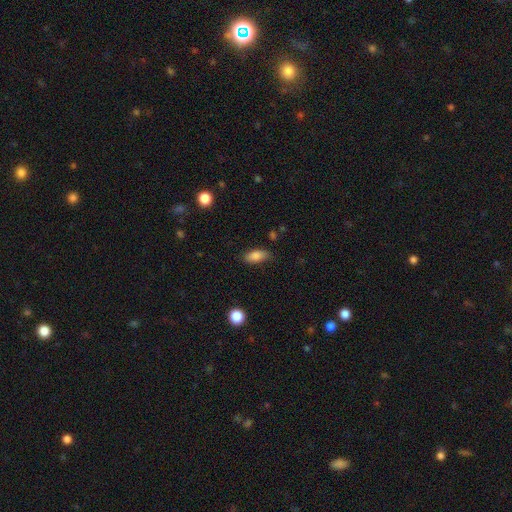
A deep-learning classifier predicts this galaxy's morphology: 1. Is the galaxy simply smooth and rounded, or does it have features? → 85% smooth, 8% star or artifact, 7% featured or disk.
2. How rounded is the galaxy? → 86% in between, 10% cigar-shaped, 4% round.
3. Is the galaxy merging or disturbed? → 79% none, 16% minor disturbance, 4% major disturbance, 1% merger.